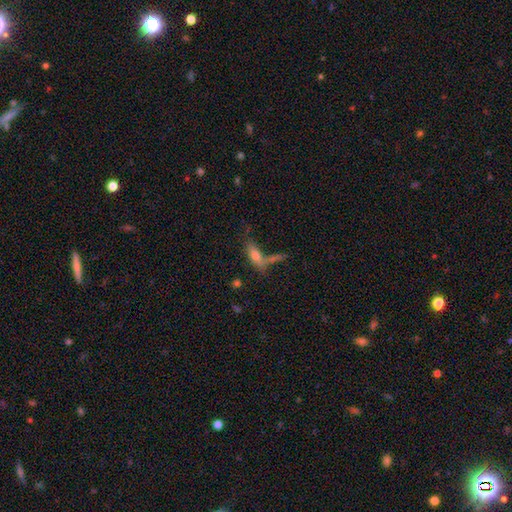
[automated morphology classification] smooth-or-featured: smooth: 64% | featured or disk: 24% | star or artifact: 11%
  how-rounded: in between: 61% | cigar-shaped: 35% | round: 4%
  merging: none: 42% | merger: 31% | minor disturbance: 15% | major disturbance: 12%